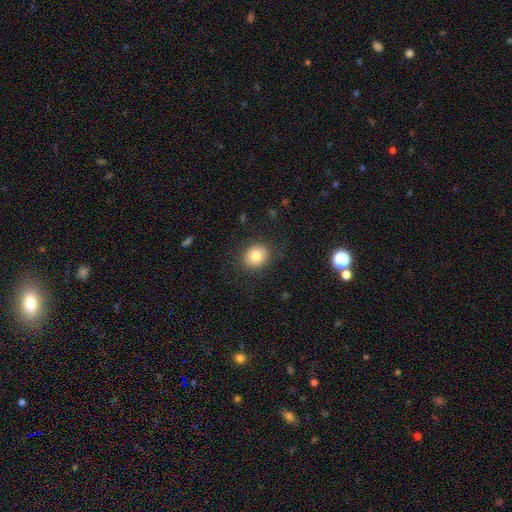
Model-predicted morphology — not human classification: type=smooth (80%); roundness=round (69%); merging=none (85%).